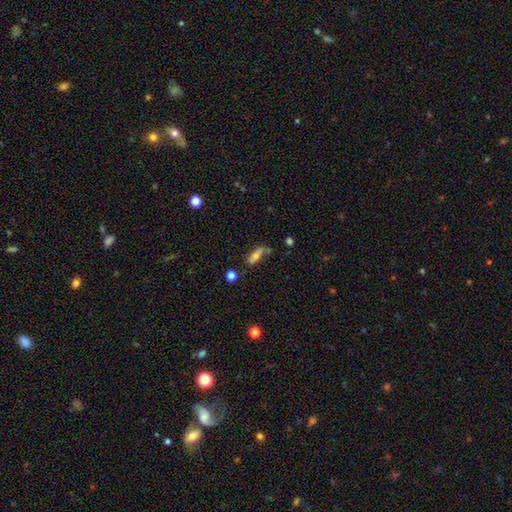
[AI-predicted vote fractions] Q: Smooth or featured?
A: smooth (69%); runner-up: featured or disk (22%)
Q: How rounded?
A: in between (66%); runner-up: cigar-shaped (30%)
Q: Merging?
A: none (52%); runner-up: minor disturbance (25%)